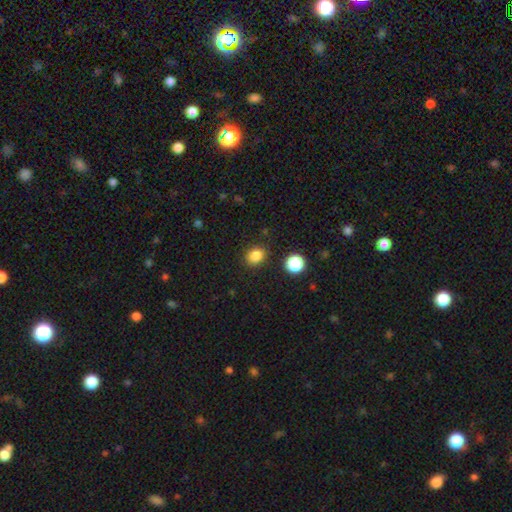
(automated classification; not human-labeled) Smooth or featured? smooth (83%)
How rounded? round (55%)
Merging? none (87%)